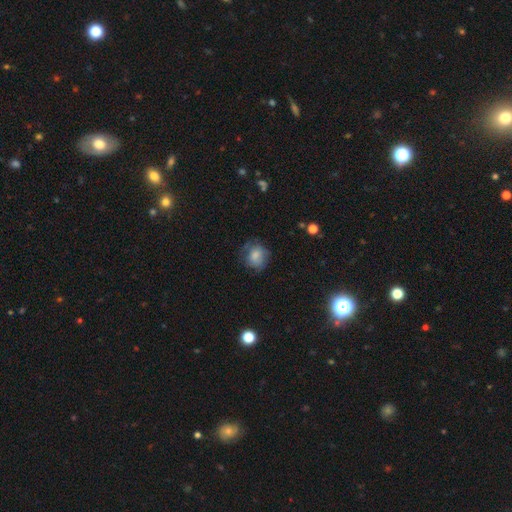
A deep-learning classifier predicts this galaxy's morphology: Overall: smooth (72%). How rounded: round (73%). Merging: none (57%; minor disturbance 27%).